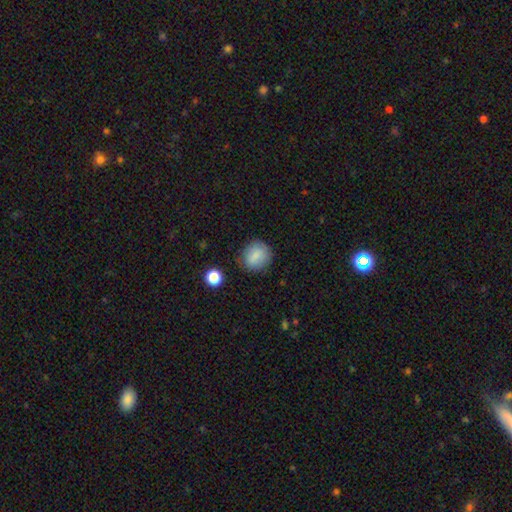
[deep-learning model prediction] A smooth galaxy with no disk features (83%) that is round (78%). Merging: none (80%).